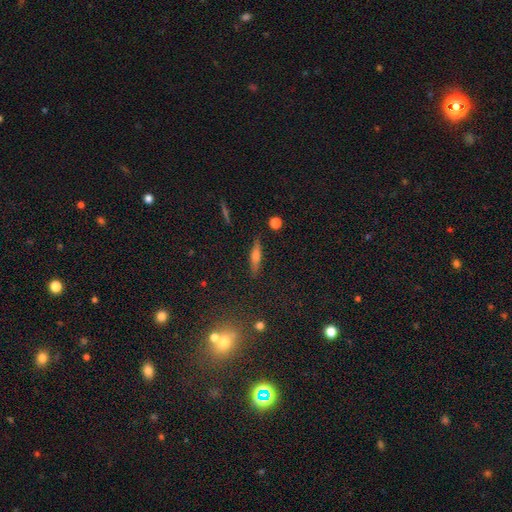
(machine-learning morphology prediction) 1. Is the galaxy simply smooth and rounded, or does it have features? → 47% smooth, 42% featured or disk, 11% star or artifact.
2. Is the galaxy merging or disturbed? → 86% none, 10% minor disturbance, 2% major disturbance, 2% merger.